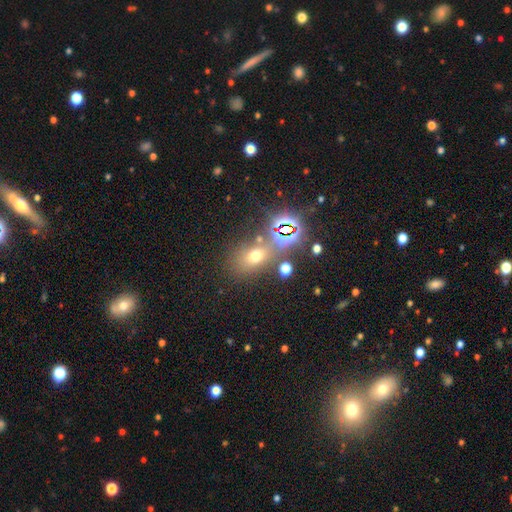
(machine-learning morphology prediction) This is possibly a smooth galaxy (55%). How rounded: likely in between (62%). Merging: likely none (63%).